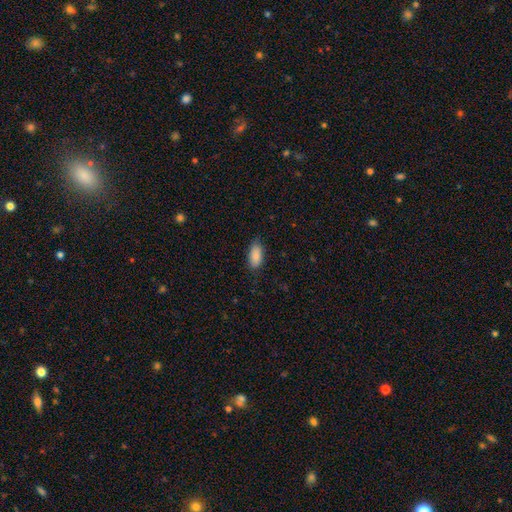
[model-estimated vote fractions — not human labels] This appears to be a smooth galaxy with no disk features (88%) that is in between round and cigar-shaped (90%). Merging: none (79%).